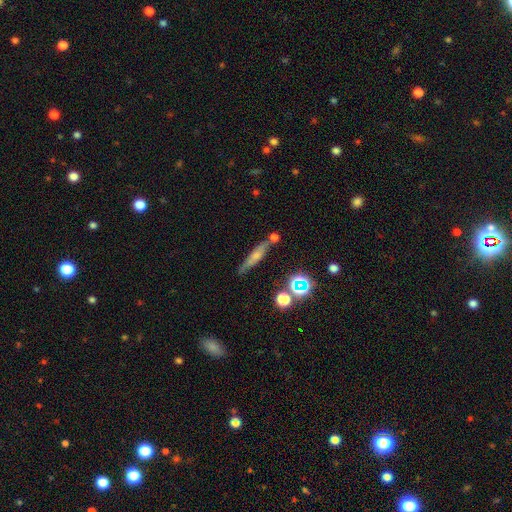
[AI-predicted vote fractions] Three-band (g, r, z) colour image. It shows a smooth galaxy with no disk features (44%). Merging: none (66%).